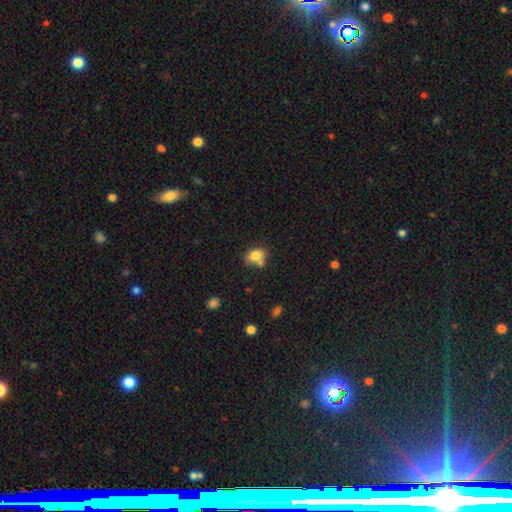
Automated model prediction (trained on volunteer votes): A smooth galaxy with no disk features (78%) that is in between round and cigar-shaped (70%).

Vote fractions:
- Smooth or featured? smooth: 78% / featured or disk: 12% / star or artifact: 10%
- How rounded? in between: 70% / round: 29% / cigar-shaped: 1%
- Merging? none: 49% / merger: 30% / minor disturbance: 16% / major disturbance: 5%